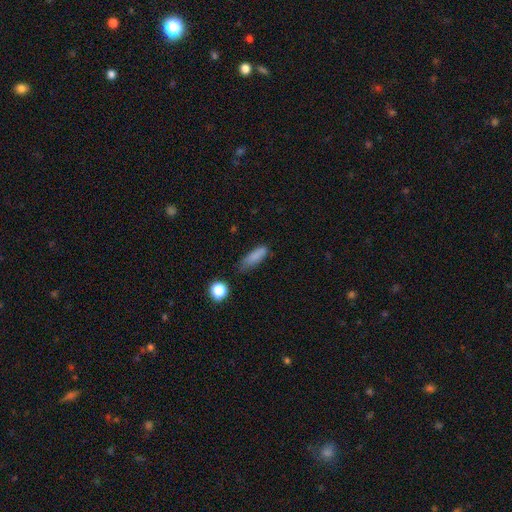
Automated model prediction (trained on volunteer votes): Smooth or featured: smooth — 82% (star or artifact — 11%)
How rounded: cigar-shaped — 48% (tied with in between — 48%)
Merging: none — 54% (minor disturbance — 32%)